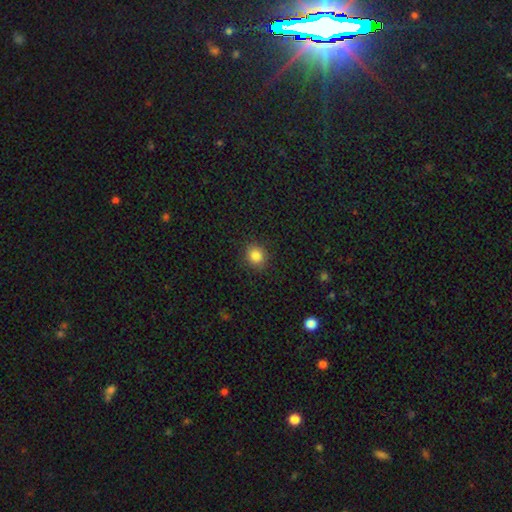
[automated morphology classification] This appears to be a smooth galaxy with no disk features (84%) that is round (80%). Merging: none (89%).